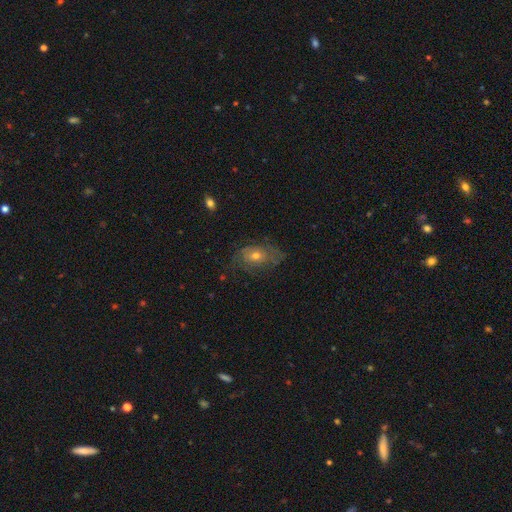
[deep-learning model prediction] featured or disk 56%, smooth 32%, star or artifact 12%. Down the decision tree: edge-on disk — no (92%); bar — no (80%); spiral arms — yes (69%); bulge size — moderate (57%); merging — none (59%).